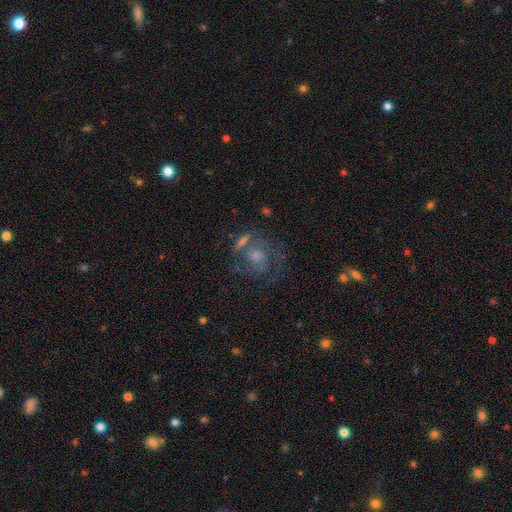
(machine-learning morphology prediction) Smooth or featured? Predicted: featured or disk (p=0.65). Edge-on disk? Predicted: no (p=0.97). Bar? Predicted: no (p=0.66). Spiral arms? Predicted: yes (p=0.79). Bulge size? Predicted: moderate (p=0.48). Merging? Predicted: none (p=0.59).